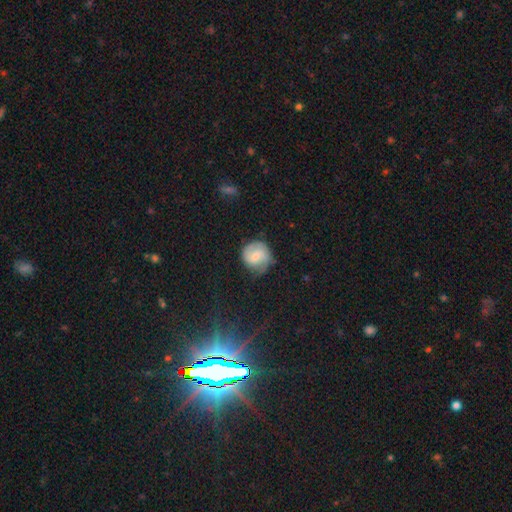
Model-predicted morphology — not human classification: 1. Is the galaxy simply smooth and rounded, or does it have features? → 56% featured or disk, 37% smooth, 7% star or artifact.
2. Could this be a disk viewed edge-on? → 98% no, 2% yes.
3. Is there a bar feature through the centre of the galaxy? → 48% weak, 39% no, 12% strong.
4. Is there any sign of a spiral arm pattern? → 89% yes, 11% no.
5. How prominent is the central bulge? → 48% small, 39% moderate, 8% none, 4% large, 1% dominant.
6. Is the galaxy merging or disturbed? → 67% none, 23% minor disturbance, 9% major disturbance, 2% merger.